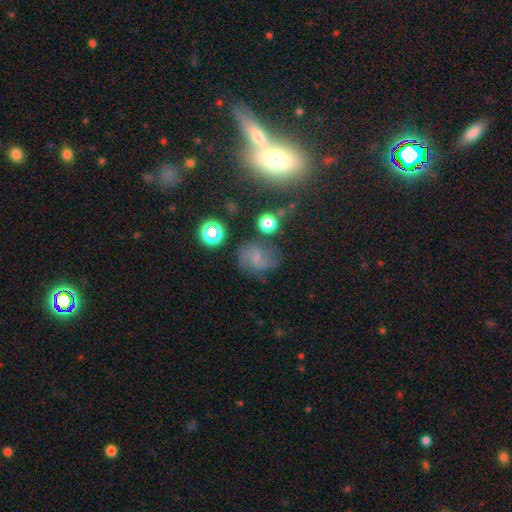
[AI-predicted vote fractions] Q: Smooth or featured?
A: featured or disk (49%); runner-up: smooth (31%)
Q: Merging?
A: none (62%); runner-up: minor disturbance (20%)